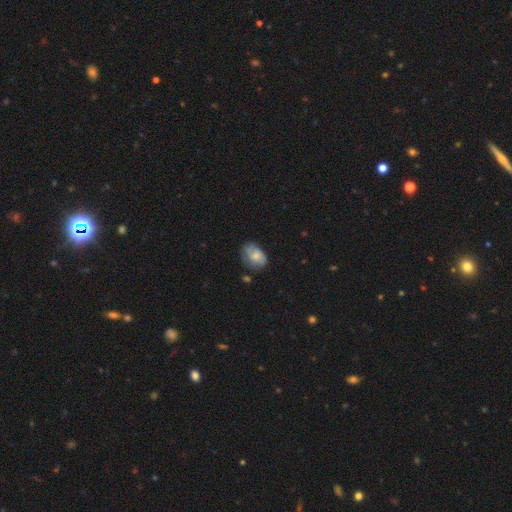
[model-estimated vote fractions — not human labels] Smooth or featured? Predicted: smooth (p=0.59). How rounded? Predicted: in between (p=0.77). Merging? Predicted: none (p=0.55).